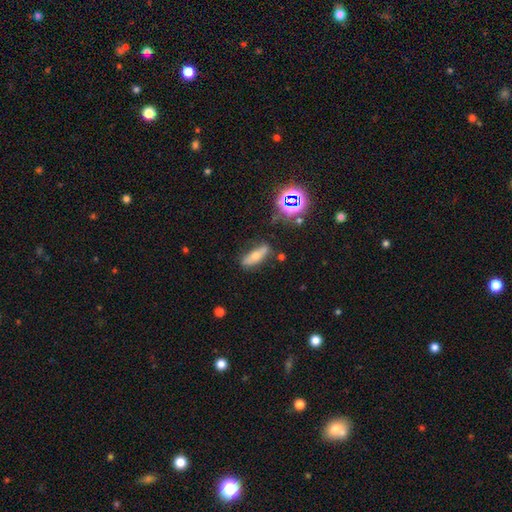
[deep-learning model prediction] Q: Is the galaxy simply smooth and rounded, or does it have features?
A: smooth — 54%.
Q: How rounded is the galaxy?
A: cigar-shaped — 48%, tied with in between.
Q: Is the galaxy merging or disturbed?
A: none — 73%.